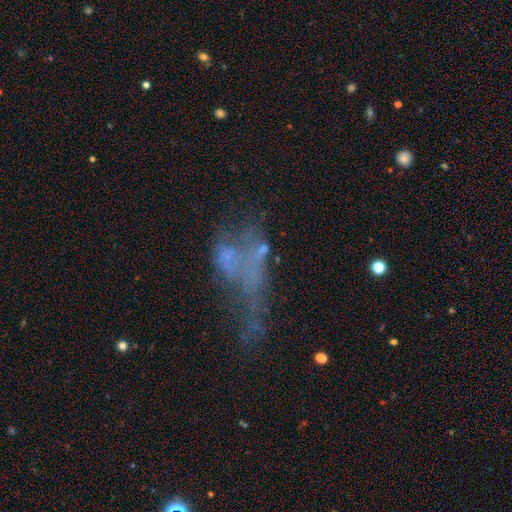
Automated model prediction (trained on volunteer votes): A featured or disk galaxy (48%).

Vote fractions:
- Smooth or featured? featured or disk: 48% / smooth: 29% / star or artifact: 24%
- Merging? major disturbance: 40% / merger: 27% / none: 20% / minor disturbance: 12%